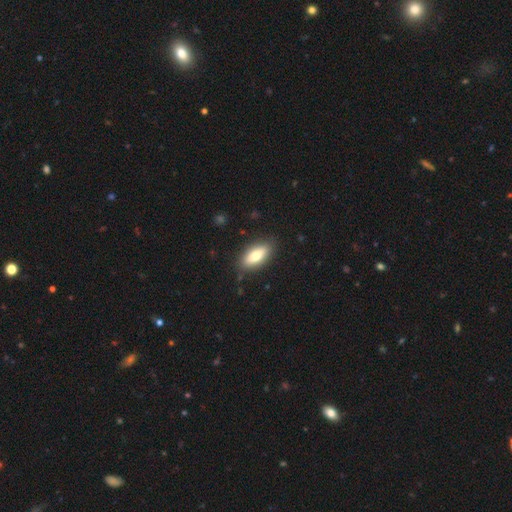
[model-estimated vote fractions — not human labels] smooth_or_featured: smooth (p=0.75) [alt: featured or disk p=0.18]
how_rounded: in between (p=0.82) [alt: cigar-shaped p=0.15]
merging: none (p=0.85) [alt: minor disturbance p=0.11]